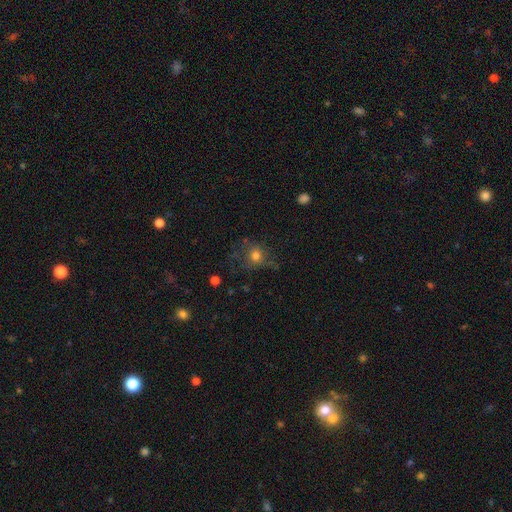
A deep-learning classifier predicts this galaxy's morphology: smooth 70%, star or artifact 15%, featured or disk 15%. Down the decision tree: how rounded — round (81%); merging — none (61%).